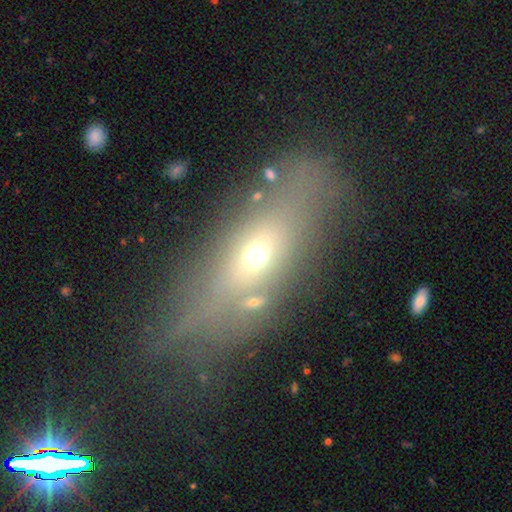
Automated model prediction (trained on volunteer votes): A smooth galaxy with no disk features (47%). Merging: none (58%).